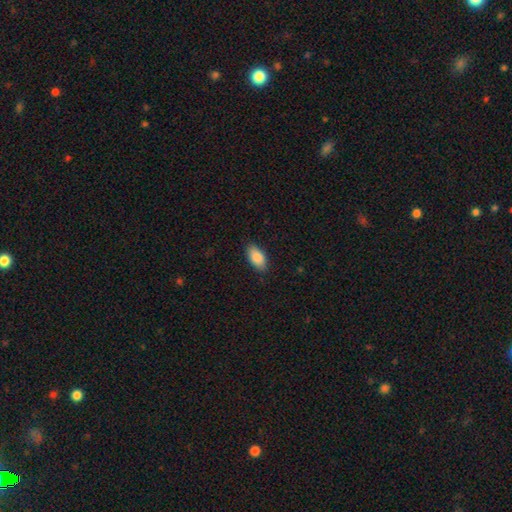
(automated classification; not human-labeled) This appears to be a smooth galaxy with no disk features (88%) that is in between round and cigar-shaped (94%). Merging: none (87%).